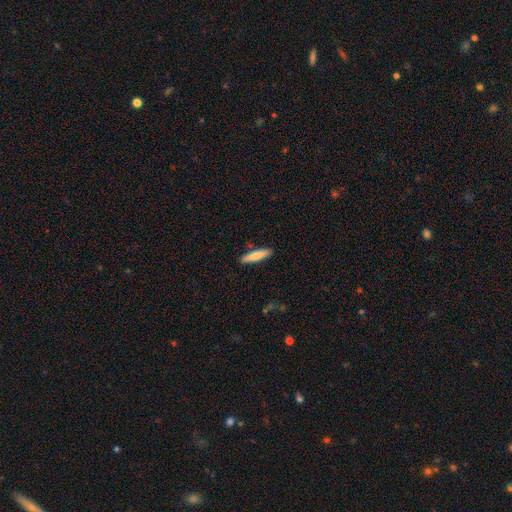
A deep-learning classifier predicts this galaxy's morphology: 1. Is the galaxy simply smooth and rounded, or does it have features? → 78% smooth, 17% featured or disk, 5% star or artifact.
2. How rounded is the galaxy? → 82% cigar-shaped, 16% in between, 1% round.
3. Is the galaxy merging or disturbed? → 88% none, 8% minor disturbance, 2% major disturbance, 2% merger.